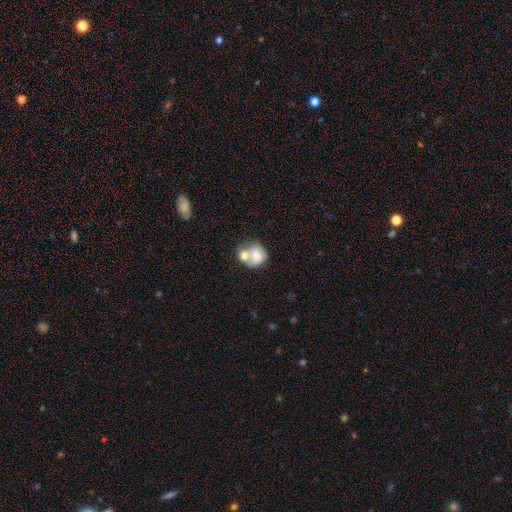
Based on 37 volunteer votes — Smooth or featured: smooth — 76% (featured or disk — 16%)
How rounded: round — 64% (in between — 36%)
Merging: merger — 62% (none — 29%)